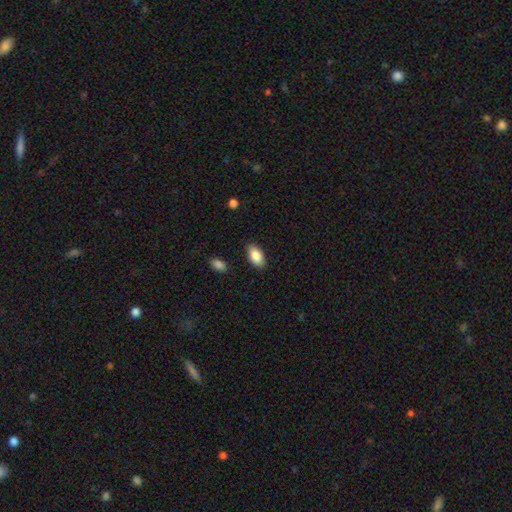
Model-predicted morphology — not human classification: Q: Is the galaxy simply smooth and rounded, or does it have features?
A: smooth — 86%.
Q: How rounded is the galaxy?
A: in between — 93%.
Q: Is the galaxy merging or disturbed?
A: none — 86%.